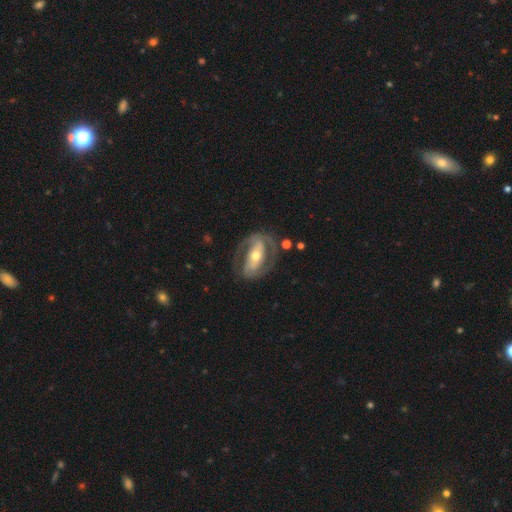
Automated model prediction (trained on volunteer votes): Q: Smooth or featured?
A: featured or disk (80%); runner-up: smooth (16%)
Q: Edge-on disk?
A: no (94%); runner-up: yes (6%)
Q: Bar?
A: strong (48%); runner-up: no (27%)
Q: Spiral arms?
A: yes (76%); runner-up: no (24%)
Q: Spiral winding?
A: medium (42%); runner-up: tight (40%)
Q: Spiral arm count?
A: 2 (81%); runner-up: can't tell (10%)
Q: Bulge size?
A: moderate (60%); runner-up: small (32%)
Q: Merging?
A: none (70%); runner-up: minor disturbance (16%)